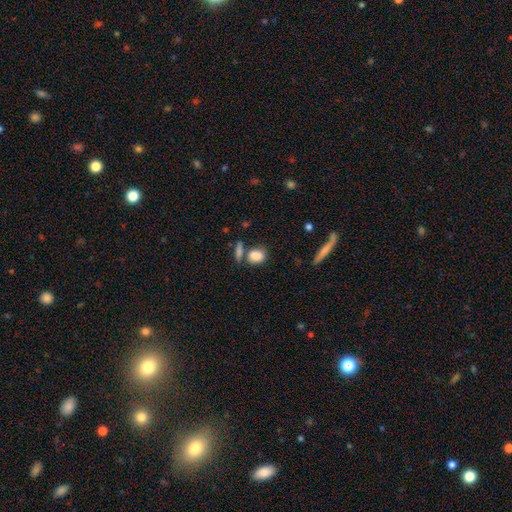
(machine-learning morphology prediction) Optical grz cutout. It shows a smooth galaxy with no disk features (85%) that is in between round and cigar-shaped (57%). Merging: none (57%).